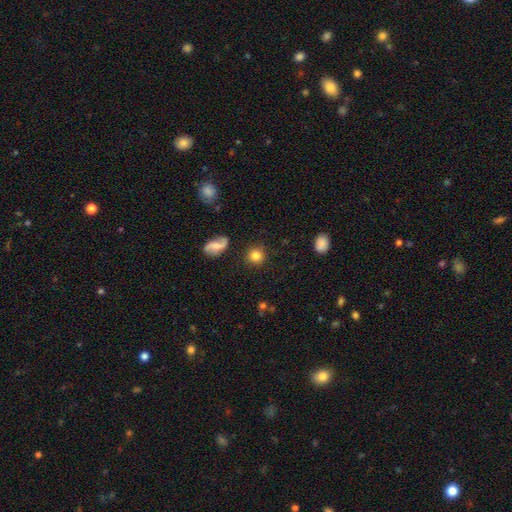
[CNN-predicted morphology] This appears to be a smooth galaxy with no disk features (77%) that is round (92%). Merging: none (87%).